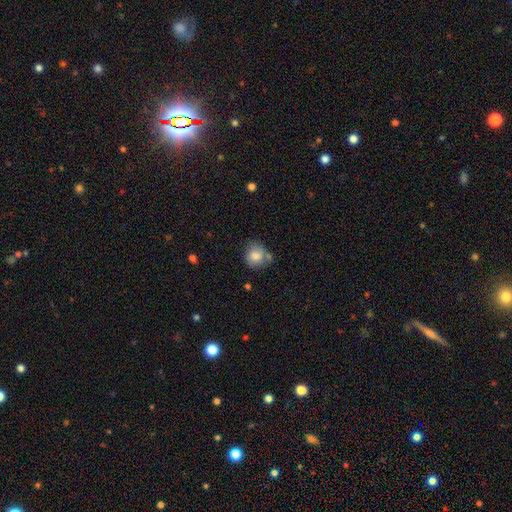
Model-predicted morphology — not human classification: This is likely a smooth galaxy (80%). How rounded: likely round (80%). Merging: possibly none (56%).